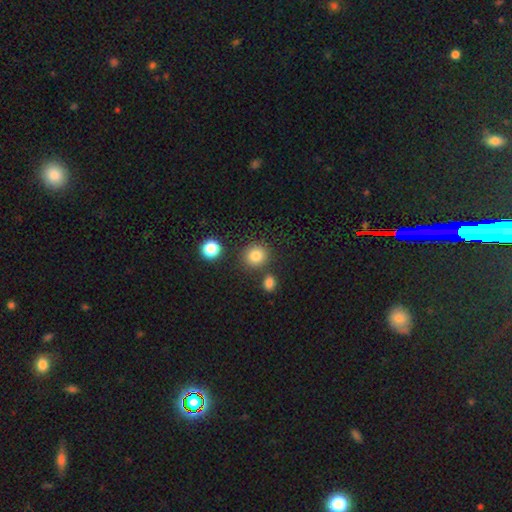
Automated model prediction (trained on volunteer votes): Smooth or featured: smooth — 82% (star or artifact — 12%)
How rounded: round — 88% (in between — 11%)
Merging: none — 83% (minor disturbance — 8%)